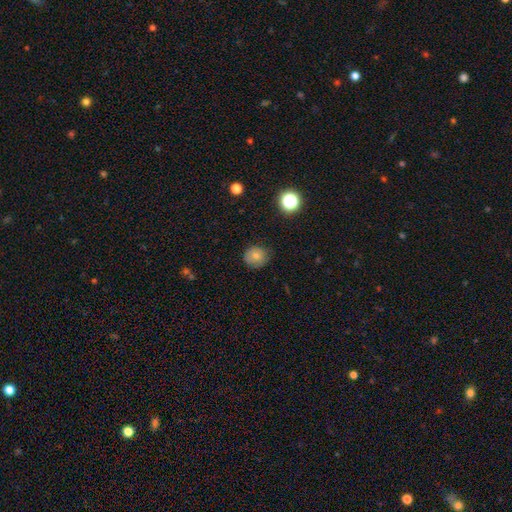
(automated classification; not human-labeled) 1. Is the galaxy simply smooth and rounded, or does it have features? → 77% smooth, 12% star or artifact, 10% featured or disk.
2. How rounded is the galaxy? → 86% round, 13% in between, 1% cigar-shaped.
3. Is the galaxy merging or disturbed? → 80% none, 15% minor disturbance, 3% major disturbance, 1% merger.